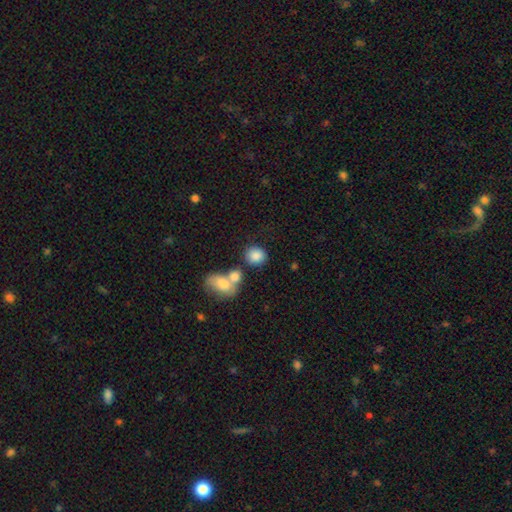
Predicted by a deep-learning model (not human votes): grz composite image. It shows a smooth galaxy with no disk features (85%) that is round (71%). Merging: none (59%).